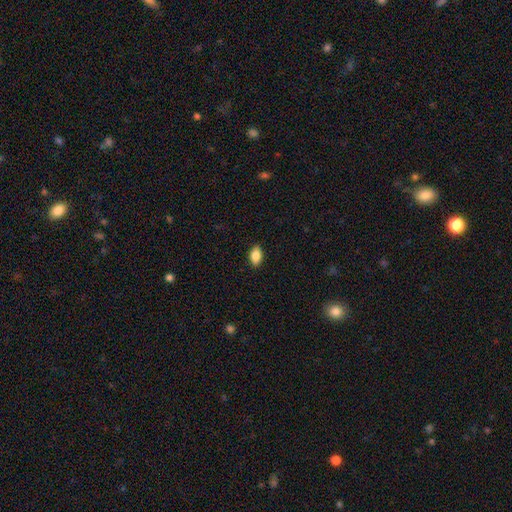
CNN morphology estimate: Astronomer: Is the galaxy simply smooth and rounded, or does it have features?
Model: smooth — 86%.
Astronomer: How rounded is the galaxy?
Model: in between — 90%.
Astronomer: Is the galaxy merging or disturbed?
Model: none — 89%.